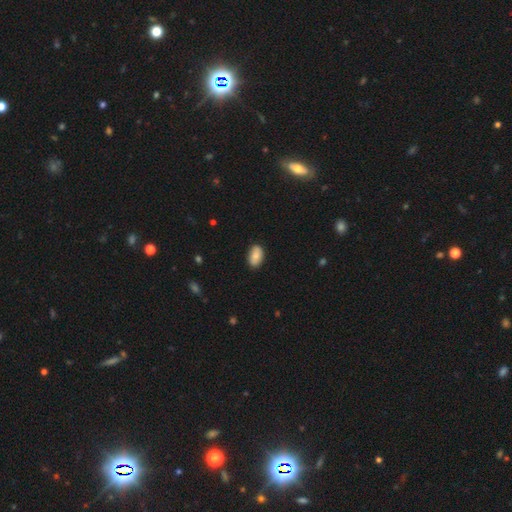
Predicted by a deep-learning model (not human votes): The model was most divided on "smooth or featured": smooth: 77%, featured or disk: 16%, star or artifact: 7%. More confident: how rounded — in between (90%); merging — none (85%).